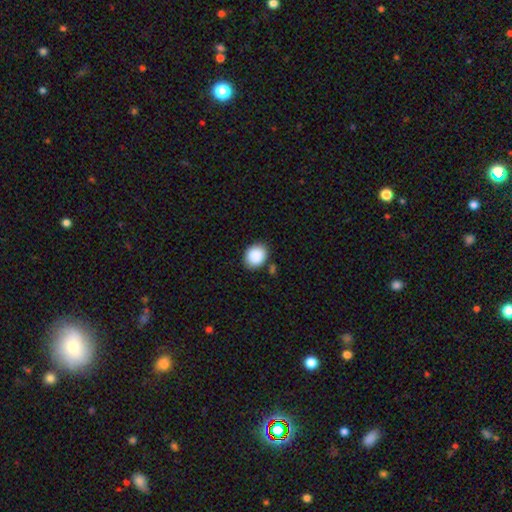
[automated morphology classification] This appears to be a smooth galaxy with no disk features (89%) that is round (63%). Merging: none (81%).